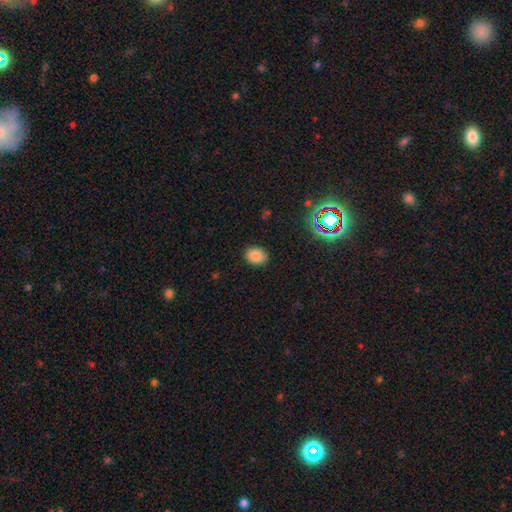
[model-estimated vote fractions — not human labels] Smooth or featured? Predicted: smooth (p=0.84). How rounded? Predicted: in between (p=0.60). Merging? Predicted: none (p=0.85).